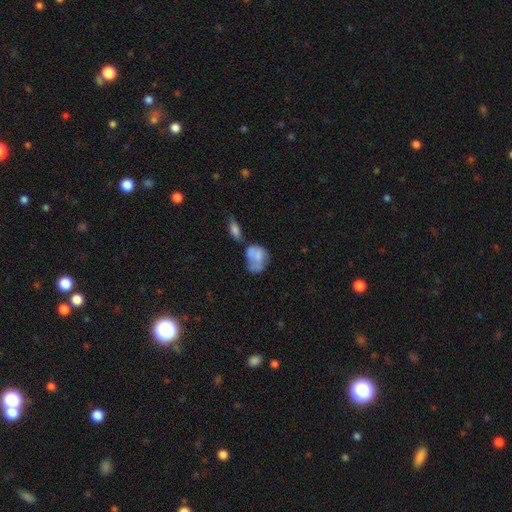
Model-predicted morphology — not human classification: This appears to be a smooth galaxy with no disk features (63%) that is in between round and cigar-shaped (62%). Merging: merger (30%).